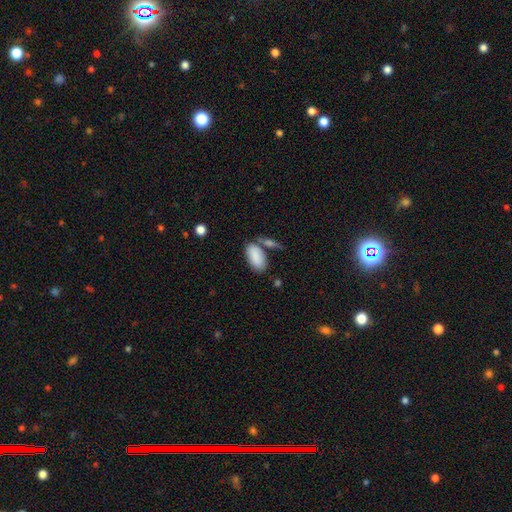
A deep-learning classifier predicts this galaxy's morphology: smooth-or-featured: smooth: 87% | featured or disk: 7% | star or artifact: 6%
  how-rounded: in between: 93% | cigar-shaped: 5% | round: 2%
  merging: none: 62% | merger: 17% | minor disturbance: 16% | major disturbance: 5%